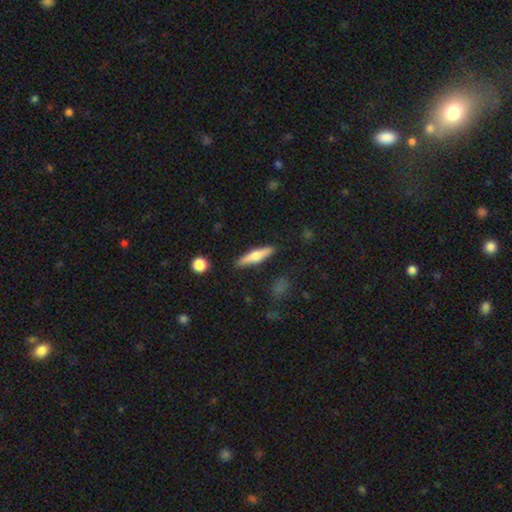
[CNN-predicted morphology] The model was most divided on "smooth or featured": smooth: 48%, featured or disk: 46%, star or artifact: 6%. More confident: merging — none (88%).